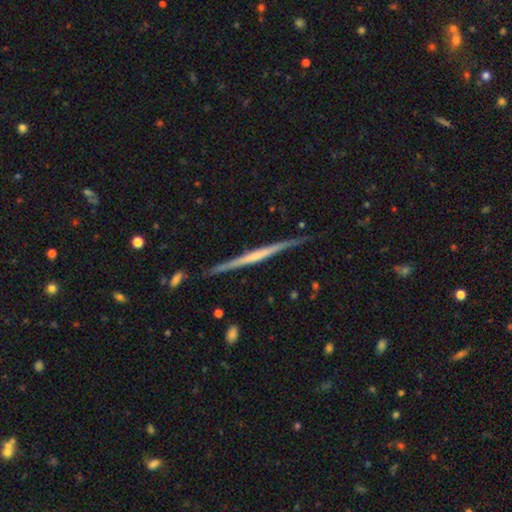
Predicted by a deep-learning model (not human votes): Q: Smooth or featured?
A: featured or disk (74%); runner-up: smooth (20%)
Q: Edge-on disk?
A: yes (98%); runner-up: no (2%)
Q: Edge-on bulge?
A: none (55%); runner-up: rounded (33%)
Q: Merging?
A: none (85%); runner-up: minor disturbance (11%)